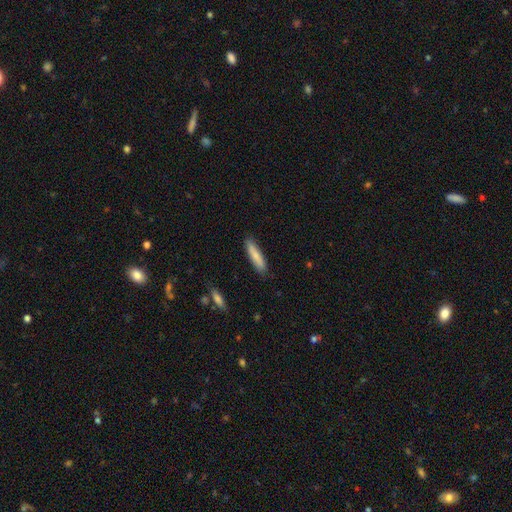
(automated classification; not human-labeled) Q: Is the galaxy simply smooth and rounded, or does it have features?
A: smooth — 77%.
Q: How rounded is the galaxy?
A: cigar-shaped — 80%.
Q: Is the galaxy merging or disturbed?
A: none — 87%.